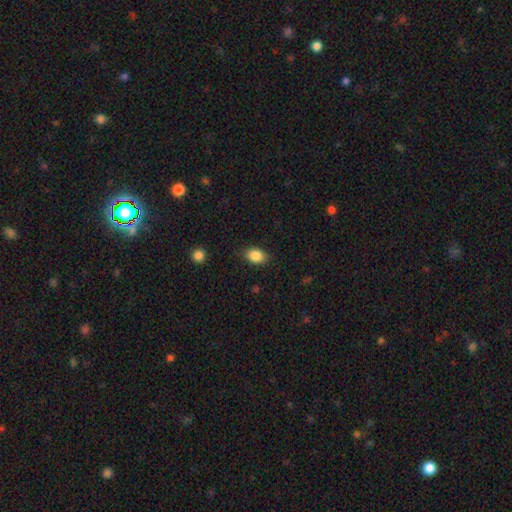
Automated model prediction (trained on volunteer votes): This appears to be a smooth galaxy with no disk features (86%) that is in between round and cigar-shaped (73%). Merging: none (83%).